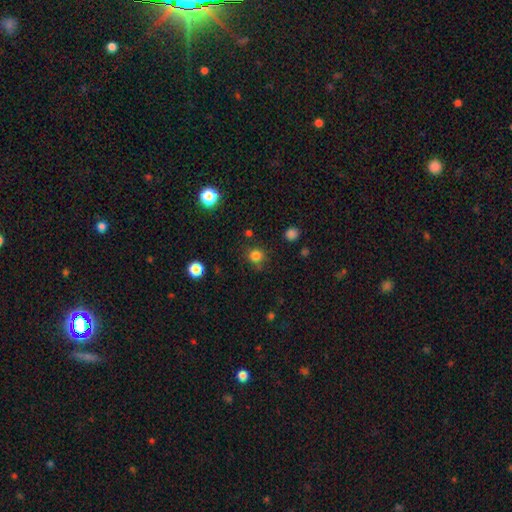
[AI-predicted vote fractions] This appears to be a smooth galaxy with no disk features (81%) that is round (89%). Merging: none (78%).